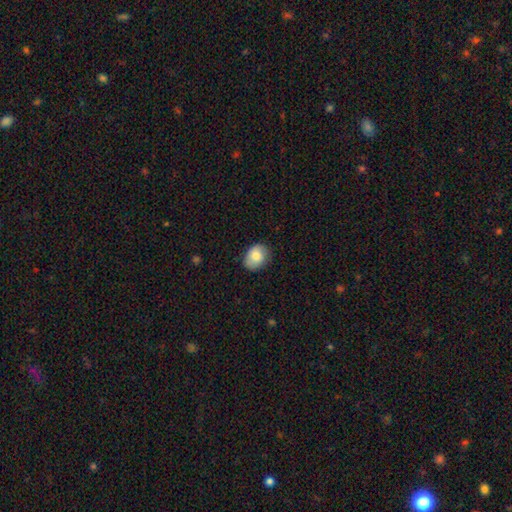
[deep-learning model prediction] smooth-or-featured: smooth: 81% | featured or disk: 12% | star or artifact: 7%
  how-rounded: in between: 59% | round: 41% | cigar-shaped: 1%
  merging: none: 79% | minor disturbance: 17% | major disturbance: 3% | merger: 1%